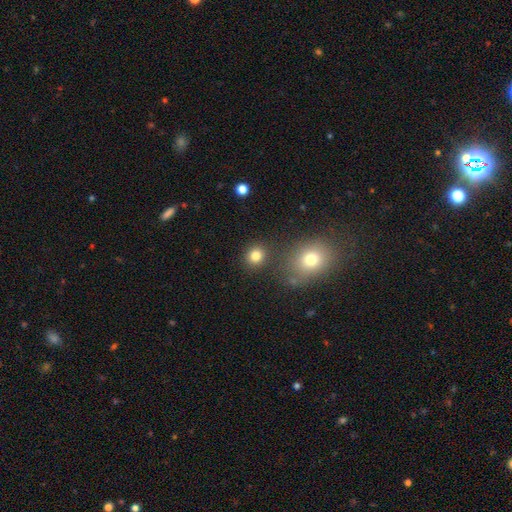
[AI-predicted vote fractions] A smooth galaxy with no disk features (82%) that is round (78%). Merging: none (80%).